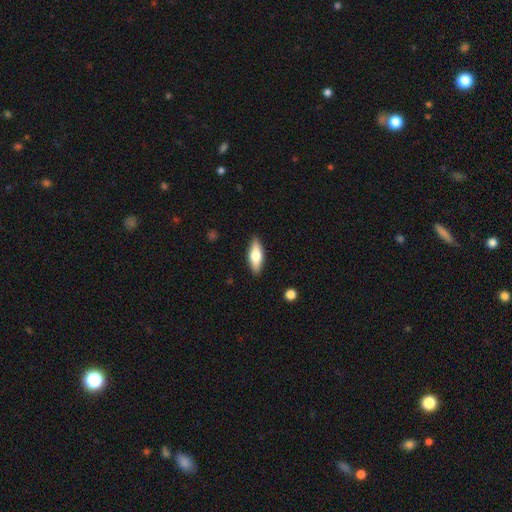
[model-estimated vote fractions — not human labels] Smooth or featured?
  - smooth: 60% *
  - featured or disk: 34%
  - star or artifact: 6%
How rounded?
  - in between: 62% *
  - cigar-shaped: 35%
  - round: 3%
Merging?
  - none: 88% *
  - minor disturbance: 9%
  - major disturbance: 2%
  - merger: 1%